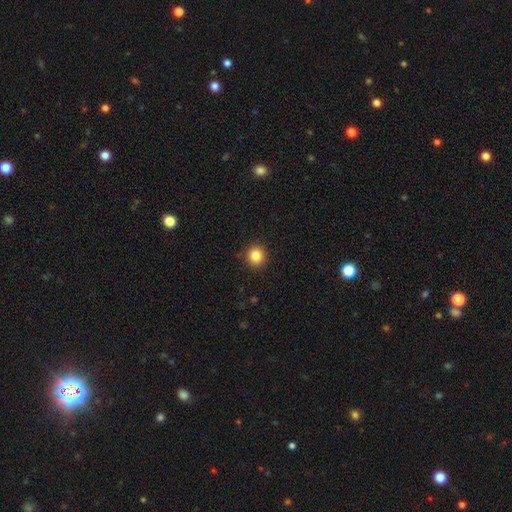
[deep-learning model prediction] Overall: smooth (85%). How rounded: round (91%). Merging: none (92%).